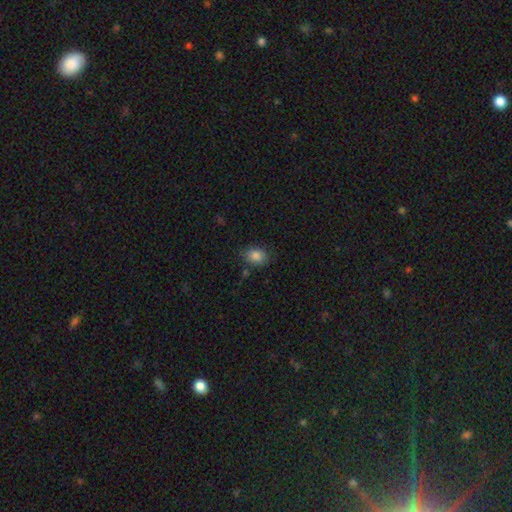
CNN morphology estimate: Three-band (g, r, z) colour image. It shows a smooth galaxy with no disk features (85%) that is in between round and cigar-shaped (61%). Merging: none (79%).